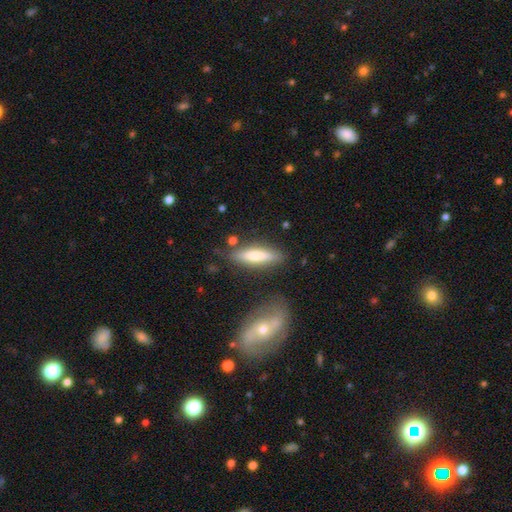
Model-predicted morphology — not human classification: Smooth or featured? smooth (67%)
How rounded? cigar-shaped (70%)
Merging? none (78%)